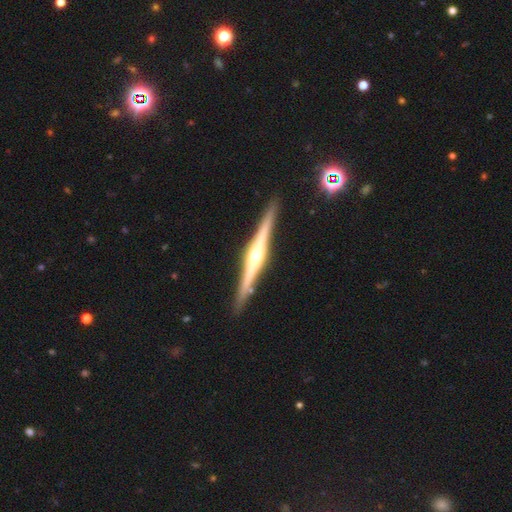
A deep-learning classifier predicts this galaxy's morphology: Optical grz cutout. It shows a featured or disk galaxy (86%) viewed edge-on (99%) with a rounded central bulge (83%). Merging: none (90%).